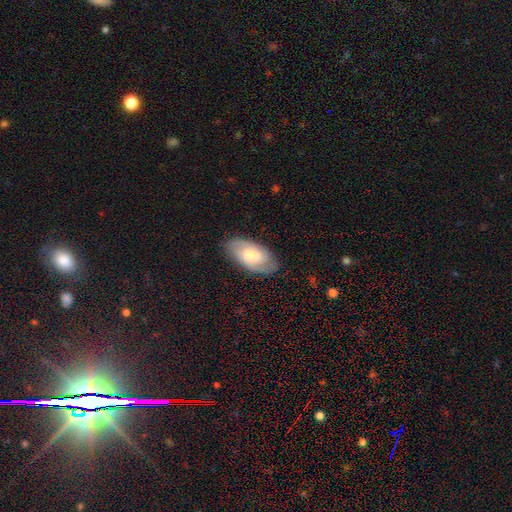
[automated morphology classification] Smooth or featured?
  - smooth: 47% * (tied)
  - featured or disk: 47% * (tied)
  - star or artifact: 7%
Merging?
  - none: 80% *
  - minor disturbance: 15%
  - major disturbance: 4%
  - merger: 1%